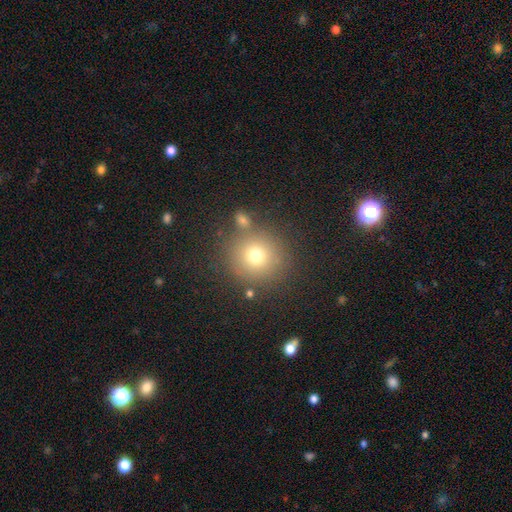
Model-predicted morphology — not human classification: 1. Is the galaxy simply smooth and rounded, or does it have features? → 72% smooth, 16% star or artifact, 12% featured or disk.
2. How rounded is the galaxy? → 93% round, 6% in between, 1% cigar-shaped.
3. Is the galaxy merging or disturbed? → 79% none, 9% minor disturbance, 8% merger, 4% major disturbance.